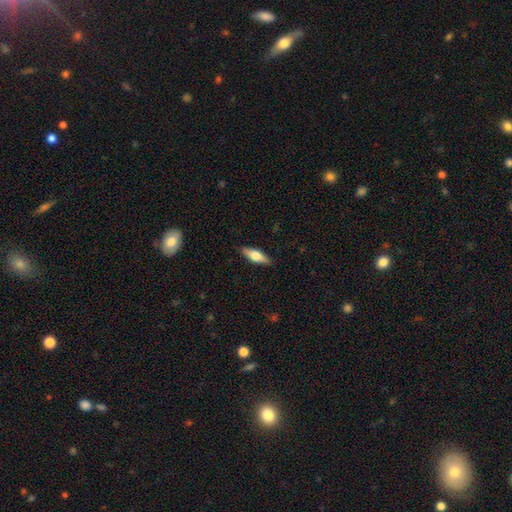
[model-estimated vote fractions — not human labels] Smooth or featured? smooth (55%)
How rounded? in between (54%)
Merging? none (88%)